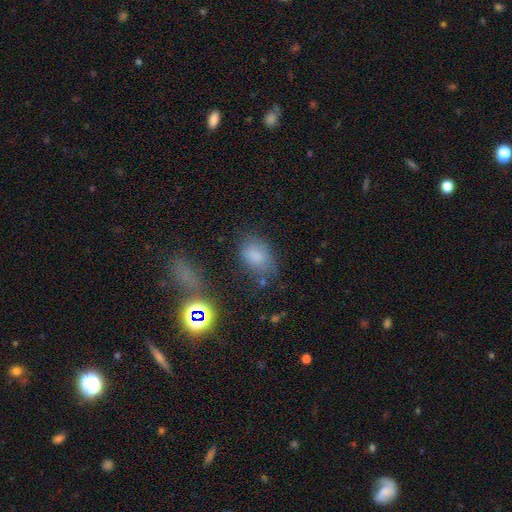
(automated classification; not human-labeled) Q: Smooth or featured?
A: smooth (77%); runner-up: star or artifact (14%)
Q: How rounded?
A: in between (81%); runner-up: round (18%)
Q: Merging?
A: none (62%); runner-up: minor disturbance (23%)